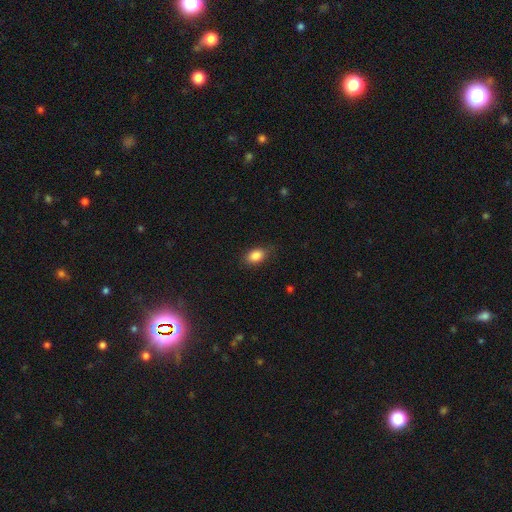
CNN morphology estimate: This appears to be a smooth galaxy with no disk features (85%) that is in between round and cigar-shaped (82%). Merging: none (80%).